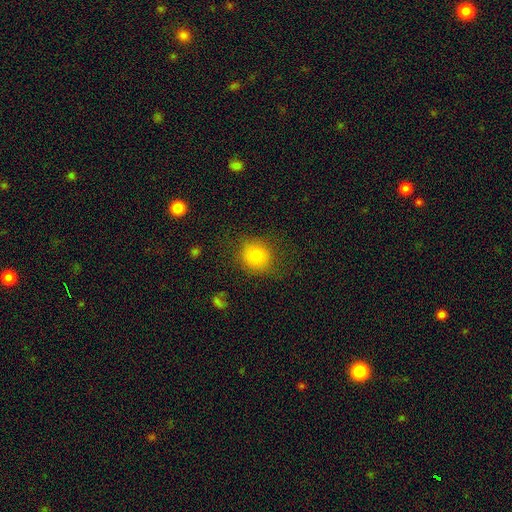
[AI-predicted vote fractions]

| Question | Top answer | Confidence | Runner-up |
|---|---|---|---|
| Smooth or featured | smooth | 79% | star or artifact (12%) |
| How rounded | round | 82% | in between (17%) |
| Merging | none | 77% | minor disturbance (15%) |